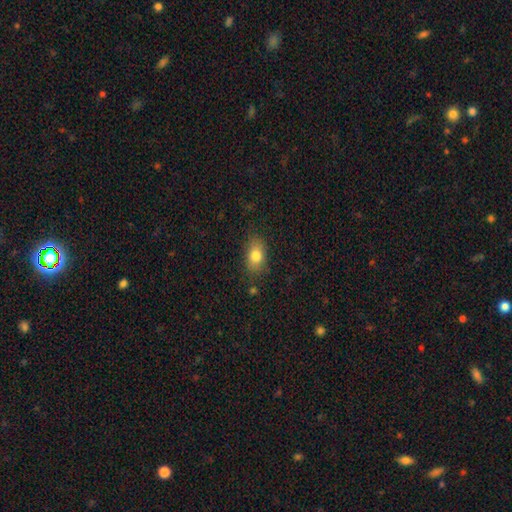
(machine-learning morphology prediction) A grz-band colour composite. It shows a smooth galaxy with no disk features (81%) that is in between round and cigar-shaped (83%). Merging: none (78%).